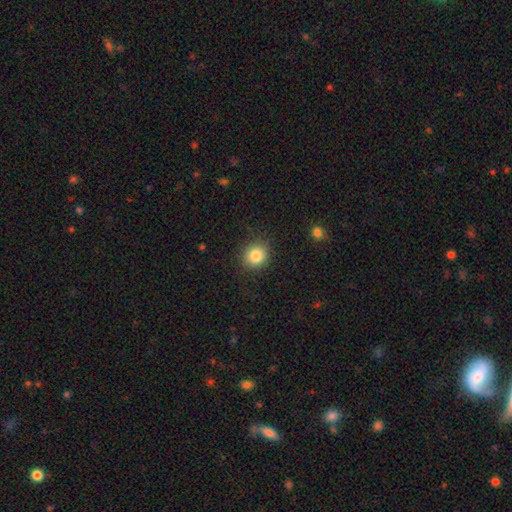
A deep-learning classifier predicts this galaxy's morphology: smooth-or-featured: smooth: 84% | star or artifact: 10% | featured or disk: 6%
  how-rounded: round: 83% | in between: 16% | cigar-shaped: 1%
  merging: none: 87% | minor disturbance: 9% | major disturbance: 3% | merger: 1%